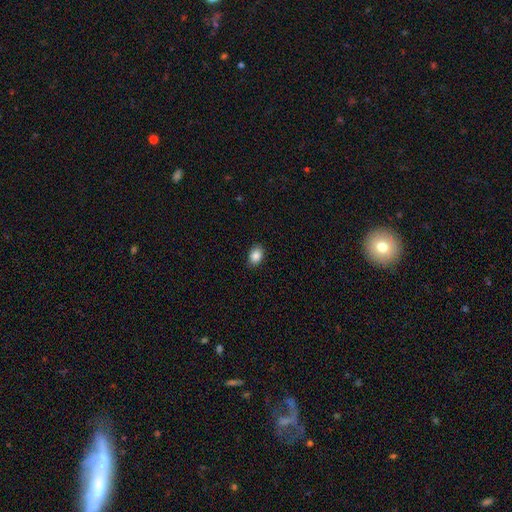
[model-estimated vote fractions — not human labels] Overall: smooth (87%). How rounded: in between (77%). Merging: none (88%).